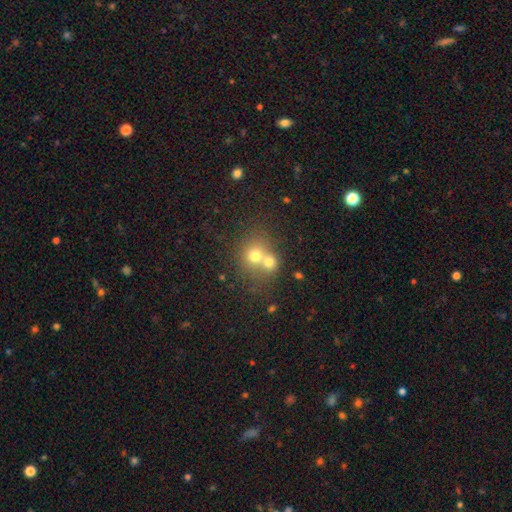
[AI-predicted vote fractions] A smooth galaxy with no disk features (69%) that is round (76%). Merging: merger (58%).